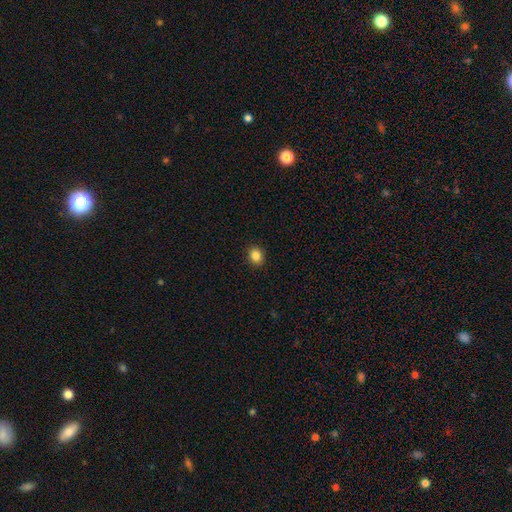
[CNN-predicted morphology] Smooth or featured? smooth (85%)
How rounded? round (64%)
Merging? none (91%)